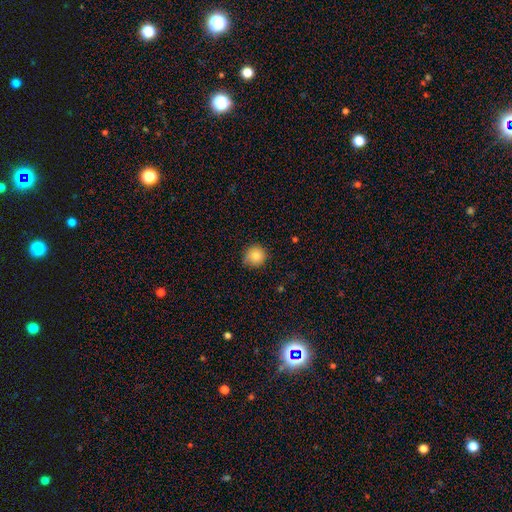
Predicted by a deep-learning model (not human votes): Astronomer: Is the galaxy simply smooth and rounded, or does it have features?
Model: smooth — 84%.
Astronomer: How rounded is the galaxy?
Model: round — 93%.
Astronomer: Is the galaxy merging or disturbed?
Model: none — 83%.